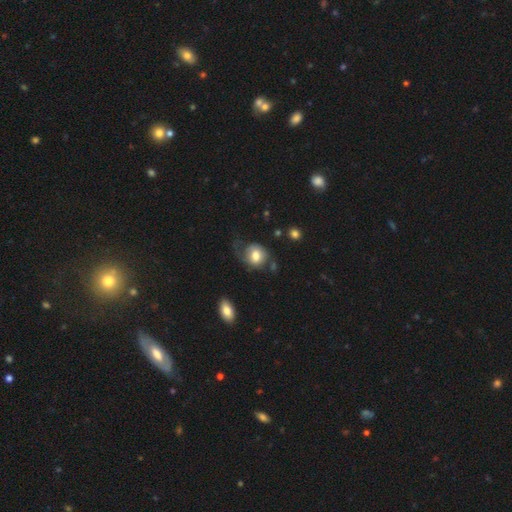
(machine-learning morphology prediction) This is likely a smooth galaxy (64%). How rounded: likely round (61%). Merging: marginally none (36%).